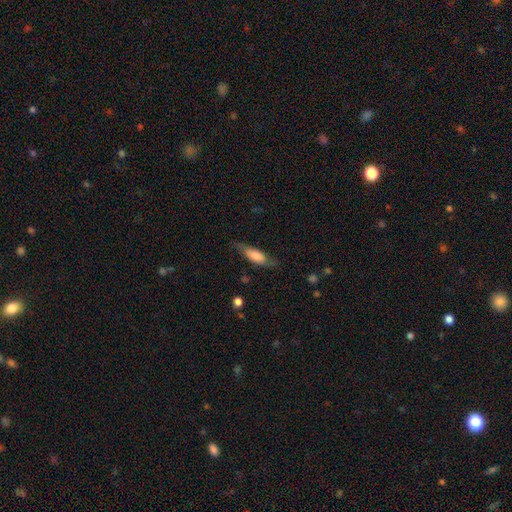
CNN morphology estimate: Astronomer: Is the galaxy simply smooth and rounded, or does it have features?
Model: smooth — 57% (runner-up: featured or disk, 37%).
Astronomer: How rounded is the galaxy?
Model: in between — 54% (runner-up: cigar-shaped, 43%).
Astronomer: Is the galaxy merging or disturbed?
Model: none — 67%.